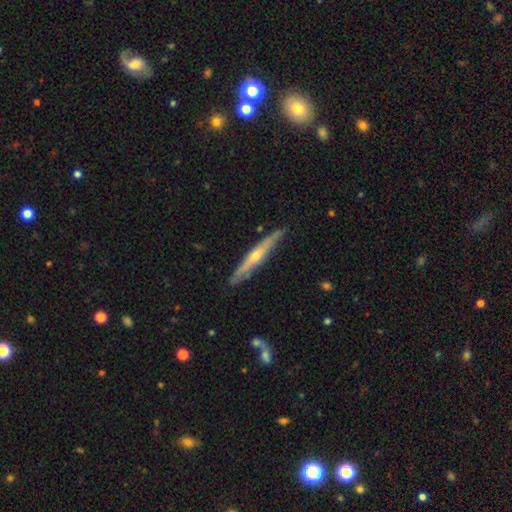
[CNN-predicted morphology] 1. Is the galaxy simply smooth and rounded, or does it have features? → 72% featured or disk, 22% smooth, 6% star or artifact.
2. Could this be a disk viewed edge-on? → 96% yes, 4% no.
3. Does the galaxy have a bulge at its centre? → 85% rounded, 13% none, 3% boxy.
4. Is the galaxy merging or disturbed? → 89% none, 9% minor disturbance, 1% major disturbance, 1% merger.